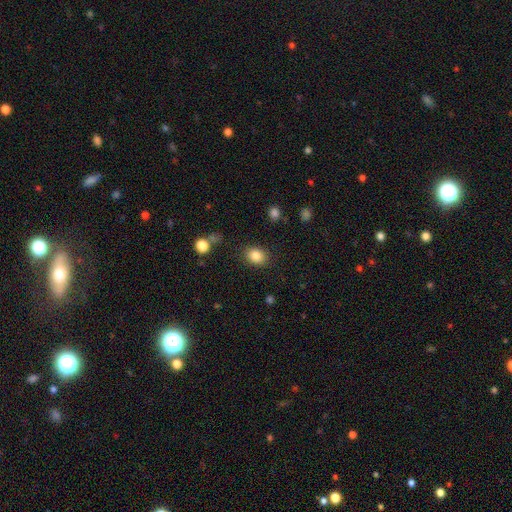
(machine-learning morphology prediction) A smooth galaxy with no disk features (84%) that is in between round and cigar-shaped (52%). Merging: none (85%).